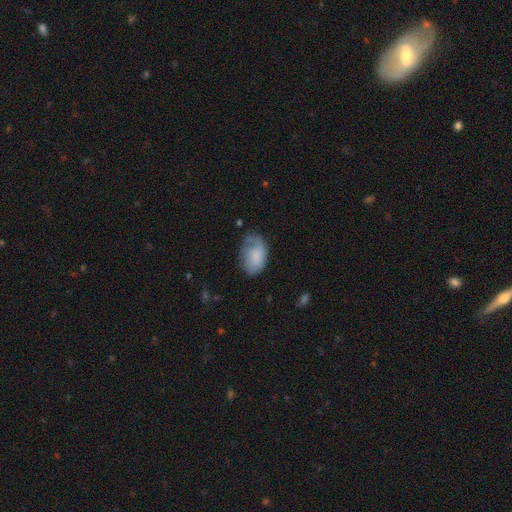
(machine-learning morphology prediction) A smooth galaxy with no disk features (69%) that is in between round and cigar-shaped (88%).

Vote fractions:
- Smooth or featured? smooth: 69% / featured or disk: 24% / star or artifact: 7%
- How rounded? in between: 88% / round: 11% / cigar-shaped: 1%
- Merging? none: 45% / minor disturbance: 32% / major disturbance: 21% / merger: 2%